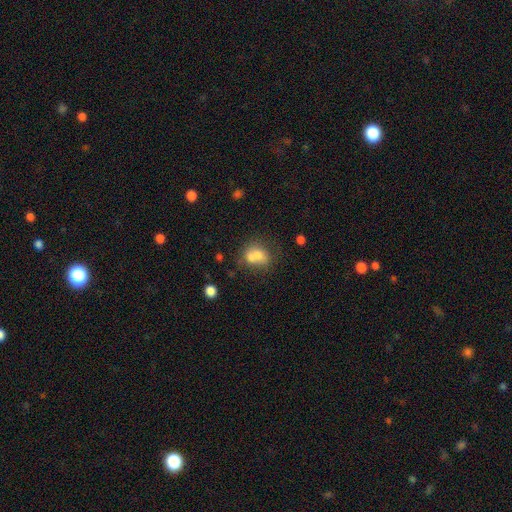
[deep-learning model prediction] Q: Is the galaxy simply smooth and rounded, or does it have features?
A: smooth — 68%.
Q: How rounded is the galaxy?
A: round — 58%.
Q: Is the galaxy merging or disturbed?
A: merger — 57%.